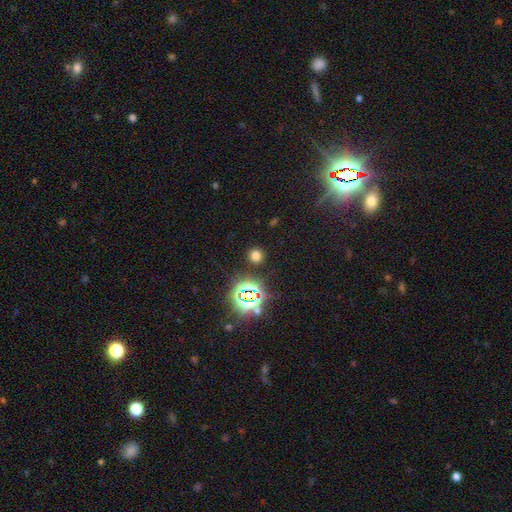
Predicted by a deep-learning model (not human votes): Overall: smooth (65%; star or artifact 28%). How rounded: round (90%). Merging: none (89%).